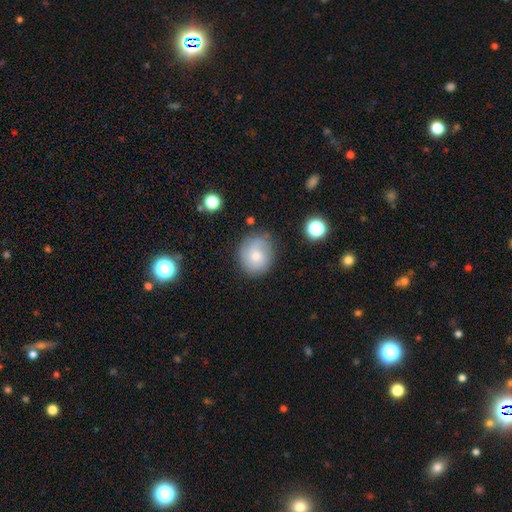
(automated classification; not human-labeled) Smooth or featured? smooth (62%)
How rounded? round (76%)
Merging? none (74%)